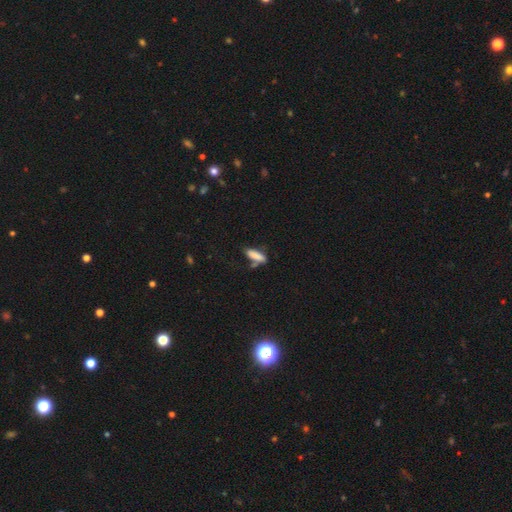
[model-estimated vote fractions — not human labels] smooth_or_featured: smooth (p=0.84) [alt: featured or disk p=0.09]
how_rounded: cigar-shaped (p=0.51) [alt: in between p=0.47]
merging: none (p=0.57) [alt: minor disturbance p=0.22]